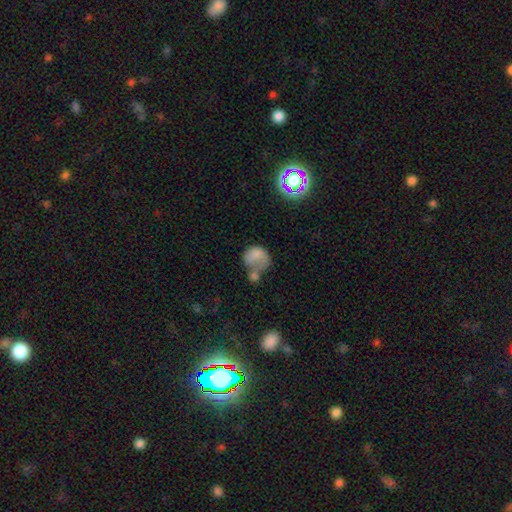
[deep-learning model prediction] Smooth or featured?
  - smooth: 68% *
  - featured or disk: 21%
  - star or artifact: 11%
How rounded?
  - round: 58% *
  - in between: 41%
  - cigar-shaped: 1%
Merging?
  - merger: 33% *
  - major disturbance: 29%
  - none: 22%
  - minor disturbance: 17%